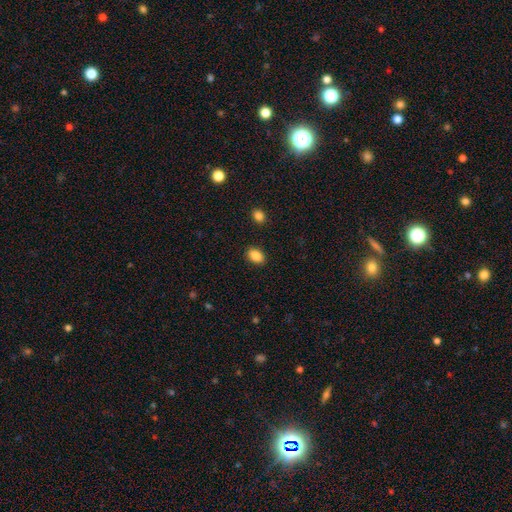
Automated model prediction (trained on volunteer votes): Q: Smooth or featured?
A: smooth (88%); runner-up: star or artifact (8%)
Q: How rounded?
A: in between (84%); runner-up: round (15%)
Q: Merging?
A: none (88%); runner-up: minor disturbance (8%)